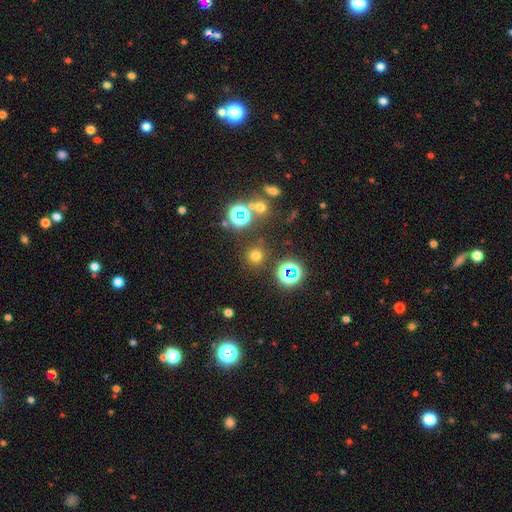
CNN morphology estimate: A smooth galaxy with no disk features (66%) that is round (95%).

Vote fractions:
- Smooth or featured? smooth: 66% / star or artifact: 28% / featured or disk: 7%
- How rounded? round: 95% / in between: 4% / cigar-shaped: 1%
- Merging? none: 87% / minor disturbance: 6% / merger: 4% / major disturbance: 3%